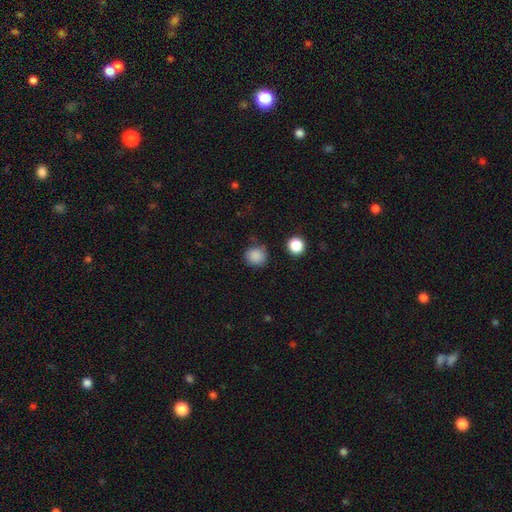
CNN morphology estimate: Smooth or featured? Predicted: smooth (p=0.86). How rounded? Predicted: round (p=0.88). Merging? Predicted: none (p=0.79).